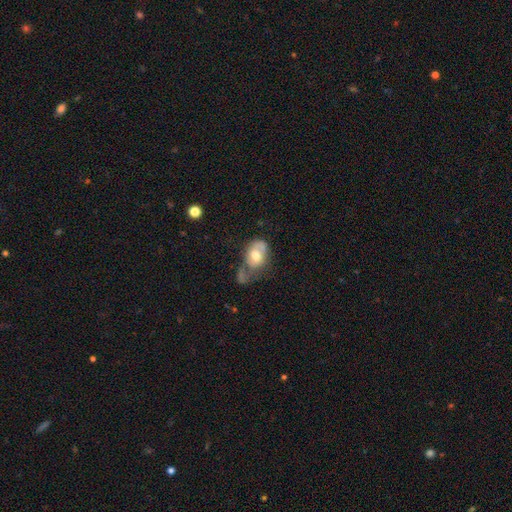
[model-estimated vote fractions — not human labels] smooth-or-featured: smooth: 60% | featured or disk: 32% | star or artifact: 8%
  how-rounded: in between: 75% | round: 24% | cigar-shaped: 1%
  merging: none: 26% (tied) | merger: 26% (tied) | major disturbance: 25% | minor disturbance: 23%